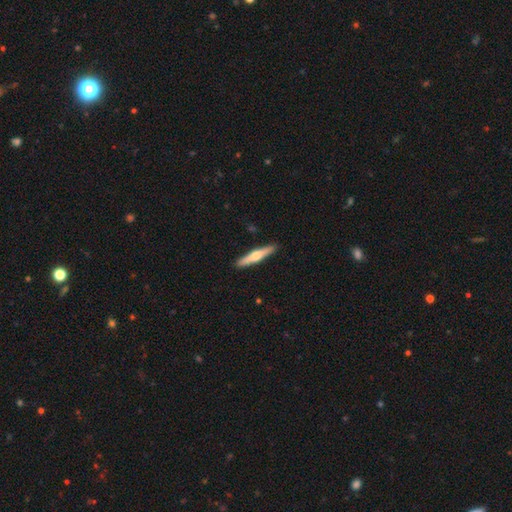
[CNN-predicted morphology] smooth_or_featured: featured or disk (p=0.54) [alt: smooth p=0.41]
disk_edge_on: yes (p=0.96) [alt: no p=0.04]
edge_on_bulge: rounded (p=0.90) [alt: none p=0.06]
merging: none (p=0.91) [alt: minor disturbance p=0.06]